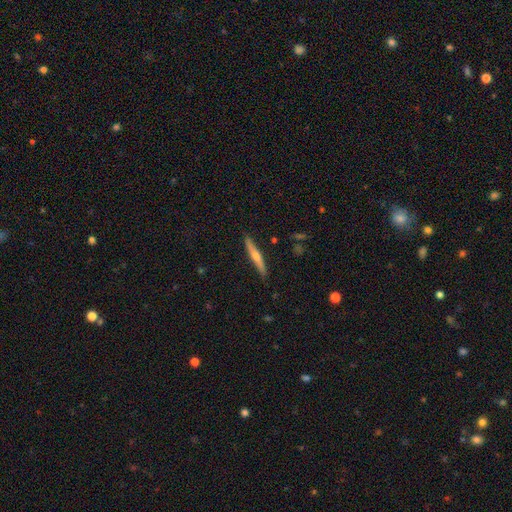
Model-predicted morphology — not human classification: Smooth or featured: featured or disk — 61% (smooth — 34%)
Edge-on disk: yes — 96% (no — 4%)
Edge-on bulge: rounded — 83% (none — 13%)
Merging: none — 88% (minor disturbance — 9%)